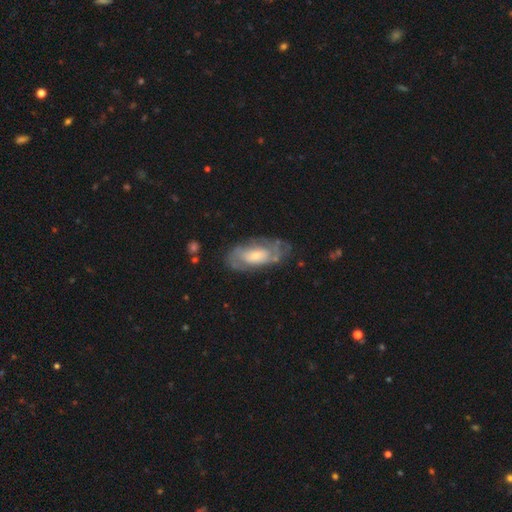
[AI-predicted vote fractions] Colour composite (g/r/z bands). It shows a featured or disk galaxy (63%) with no bar (66%), spiral arms (70%) and a moderate central bulge (40%). Merging: none (65%).